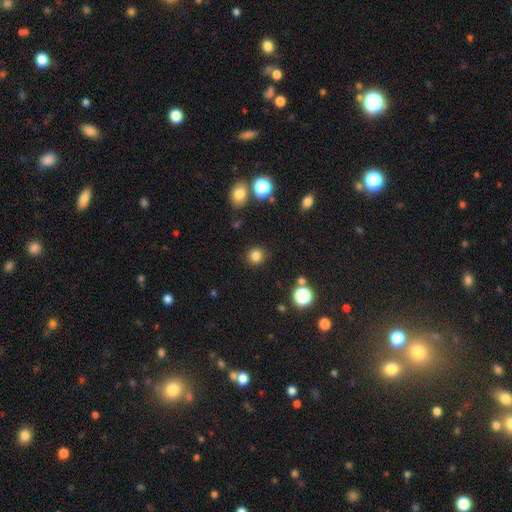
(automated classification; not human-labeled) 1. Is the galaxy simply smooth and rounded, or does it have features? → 83% smooth, 13% star or artifact, 4% featured or disk.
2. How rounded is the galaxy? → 89% round, 10% in between, 1% cigar-shaped.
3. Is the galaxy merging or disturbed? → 89% none, 7% minor disturbance, 2% major disturbance, 2% merger.